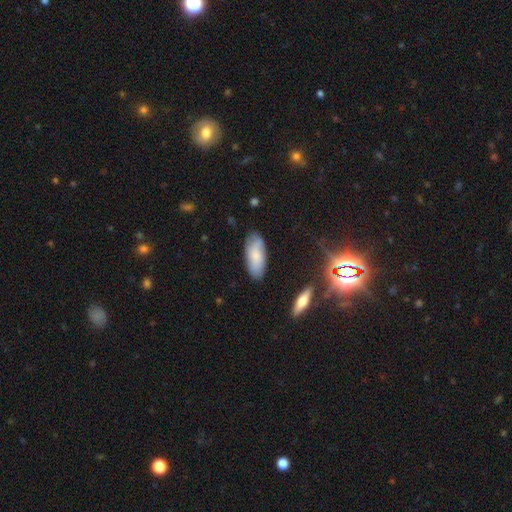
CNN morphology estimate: Smooth or featured? Predicted: smooth (p=0.70). How rounded? Predicted: in between (p=0.81). Merging? Predicted: none (p=0.78).